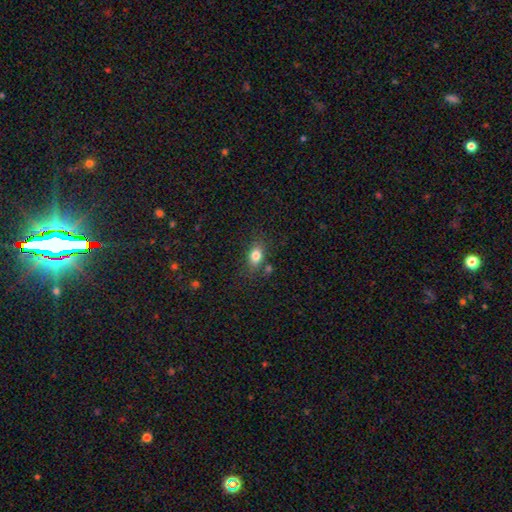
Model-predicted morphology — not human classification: The model was most divided on "how rounded": in between: 75%, round: 22%, cigar-shaped: 3%. More confident: smooth or featured — smooth (81%); merging — none (75%).